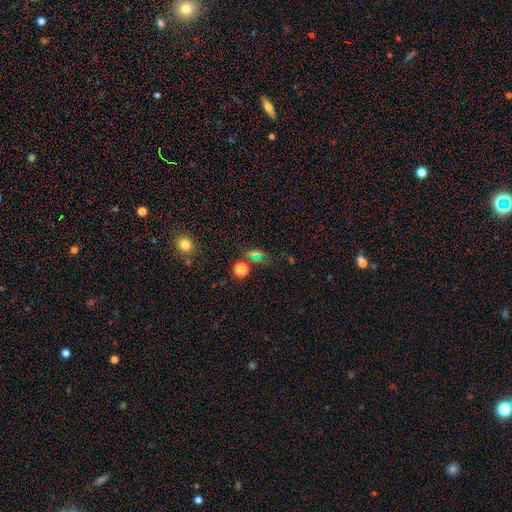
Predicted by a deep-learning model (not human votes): Smooth or featured? star or artifact (46%)